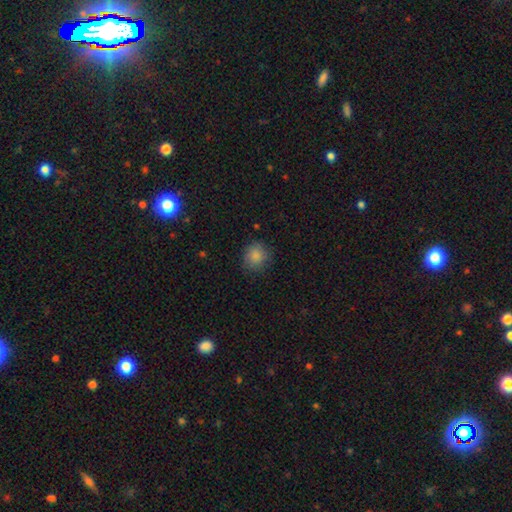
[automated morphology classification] This is clearly a smooth galaxy (86%). How rounded: clearly round (86%). Merging: clearly none (83%).